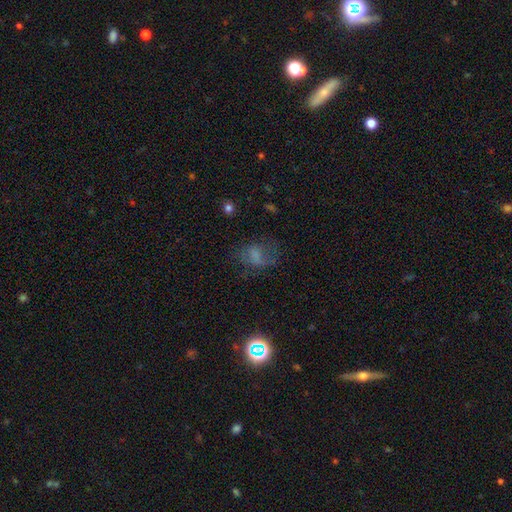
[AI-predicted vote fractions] Smooth or featured?
  - smooth: 50% *
  - featured or disk: 29%
  - star or artifact: 21%
Merging?
  - none: 47% *
  - major disturbance: 29%
  - minor disturbance: 22%
  - merger: 3%